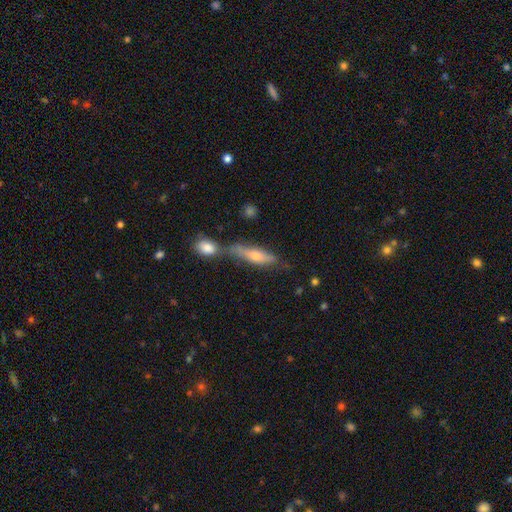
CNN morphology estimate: The model was most divided on "smooth or featured": smooth: 55%, featured or disk: 37%, star or artifact: 8%. Remaining: how rounded — cigar-shaped (63%); merging — none (48%).